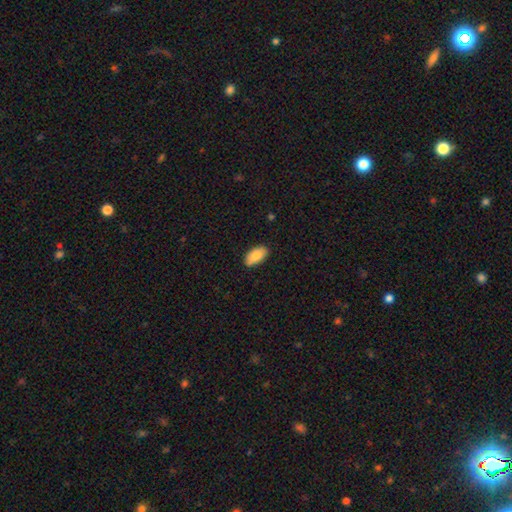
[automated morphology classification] A smooth galaxy with no disk features (87%) that is in between round and cigar-shaped (95%).

Vote fractions:
- Smooth or featured? smooth: 87% / featured or disk: 7% / star or artifact: 6%
- How rounded? in between: 95% / cigar-shaped: 3% / round: 2%
- Merging? none: 85% / minor disturbance: 12% / major disturbance: 2% / merger: 1%